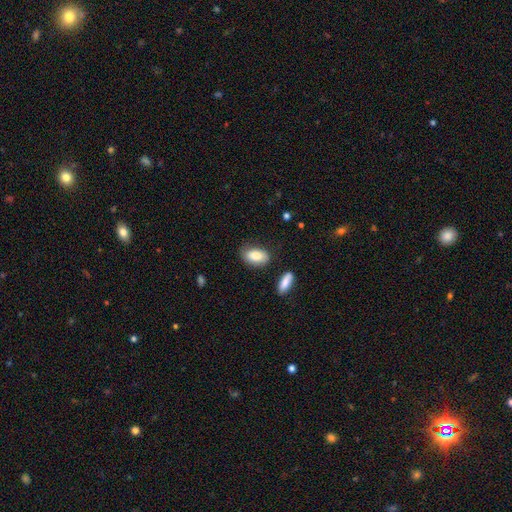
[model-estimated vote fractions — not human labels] Smooth or featured: smooth — 84% (featured or disk — 9%)
How rounded: in between — 91% (round — 7%)
Merging: none — 74% (minor disturbance — 18%)